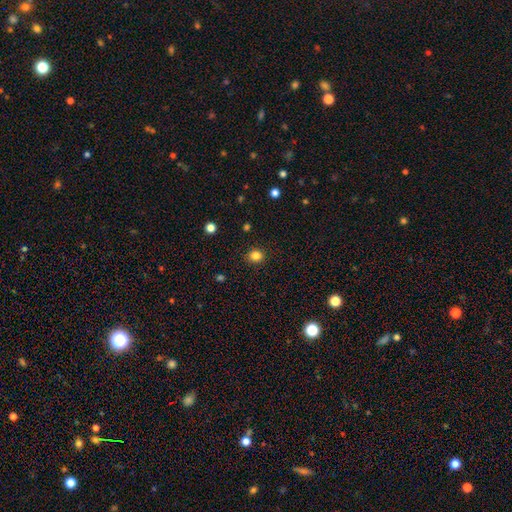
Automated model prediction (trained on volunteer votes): The model was most divided on "how rounded": round: 78%, in between: 21%, cigar-shaped: 1%. More confident: merging — none (89%); smooth or featured — smooth (84%).